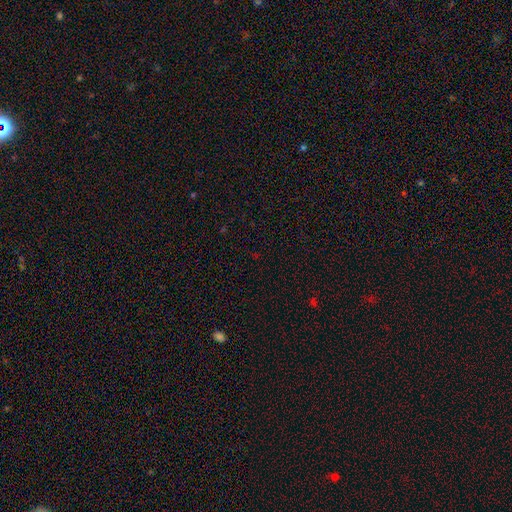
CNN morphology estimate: Q: Smooth or featured?
A: star or artifact (67%); runner-up: smooth (26%)